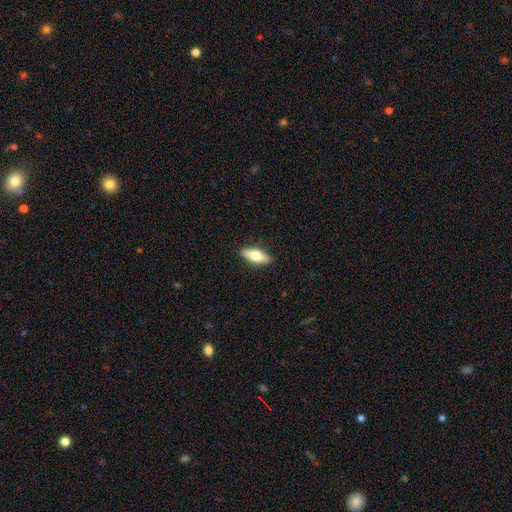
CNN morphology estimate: Smooth or featured?
  - smooth: 66% *
  - featured or disk: 28%
  - star or artifact: 6%
How rounded?
  - in between: 70% *
  - cigar-shaped: 27%
  - round: 3%
Merging?
  - none: 89% *
  - minor disturbance: 8%
  - major disturbance: 2%
  - merger: 1%